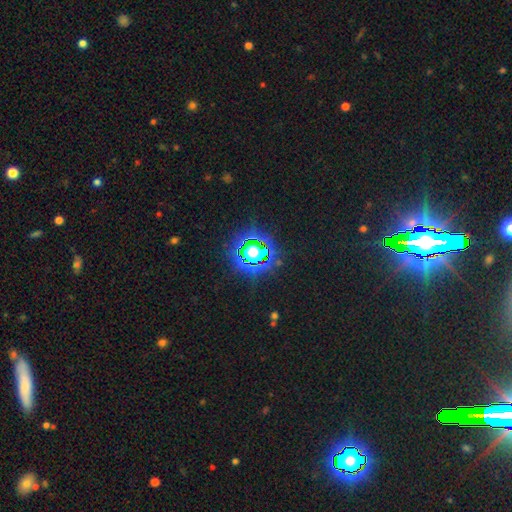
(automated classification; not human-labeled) This is likely a star or artifact rather than a galaxy (67%).